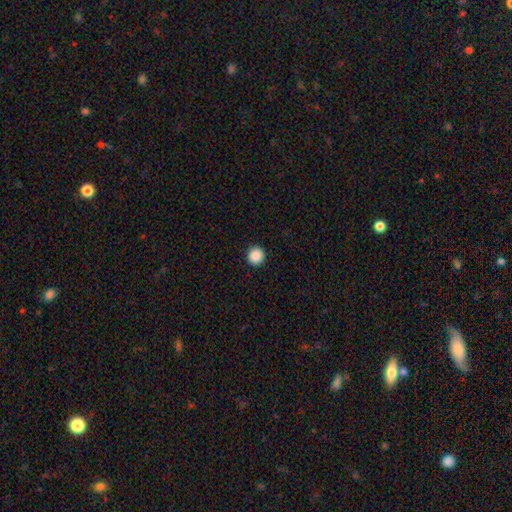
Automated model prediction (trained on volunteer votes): smooth-or-featured: smooth: 89% | star or artifact: 9% | featured or disk: 2%
  how-rounded: round: 94% | in between: 5% | cigar-shaped: 1%
  merging: none: 93% | minor disturbance: 4% | major disturbance: 2% | merger: 1%